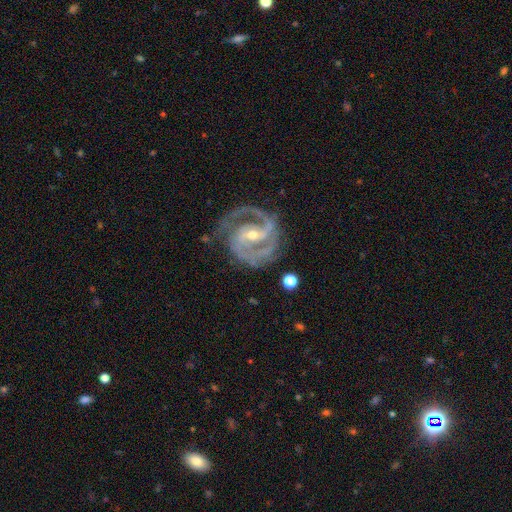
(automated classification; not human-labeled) This is clearly a featured or disk galaxy (93%). It is clearly not viewed edge-on (98%). Bar: marginally strong (41%). Spiral arm pattern: clearly yes (99%). Spiral arm count: clearly 2 (80%). Spiral winding: possibly tight (48%). Central bulge: possibly small (59%). Merging: likely none (72%).